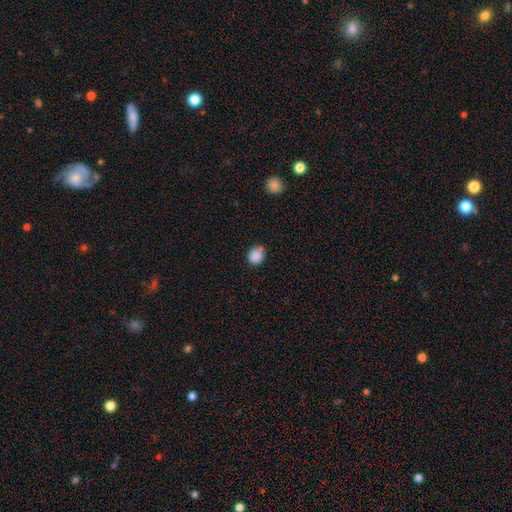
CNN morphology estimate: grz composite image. It shows a smooth galaxy with no disk features (87%) that is round (81%). Merging: none (69%).